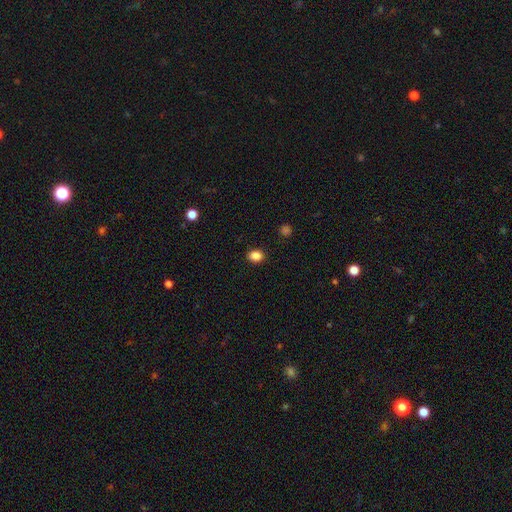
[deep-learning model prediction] smooth-or-featured: smooth: 87% | star or artifact: 10% | featured or disk: 3%
  how-rounded: in between: 60% | round: 39% | cigar-shaped: 1%
  merging: none: 89% | minor disturbance: 7% | major disturbance: 2% | merger: 1%